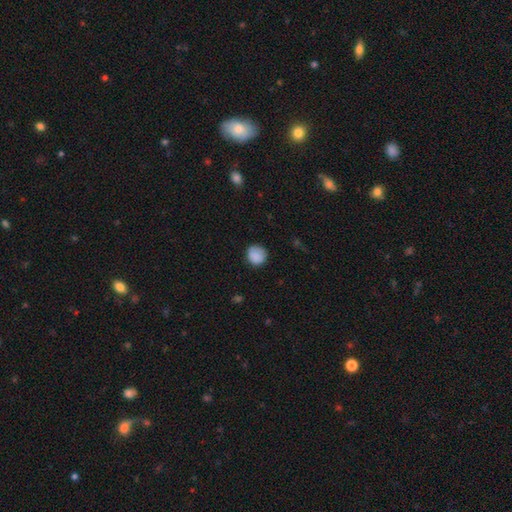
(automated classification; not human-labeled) This is clearly a smooth galaxy (88%). How rounded: clearly round (89%). Merging: clearly none (84%).